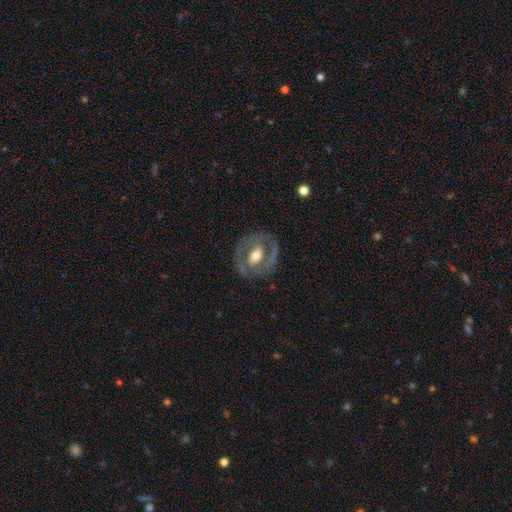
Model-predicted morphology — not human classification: The model was most divided on "spiral arms": yes: 53%, no: 47%. Remaining: edge-on disk — no (94%); merging — none (72%); smooth or featured — featured or disk (71%); bulge size — moderate (69%); bar — no (39%).